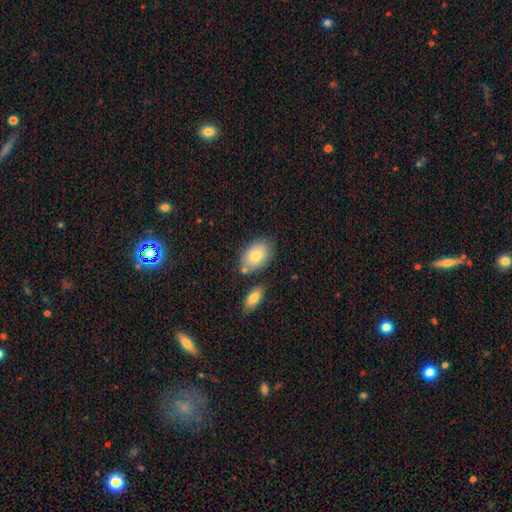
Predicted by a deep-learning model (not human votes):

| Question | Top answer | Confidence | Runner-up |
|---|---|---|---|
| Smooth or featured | smooth | 80% | featured or disk (13%) |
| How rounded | in between | 88% | round (10%) |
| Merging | none | 69% | minor disturbance (15%) |